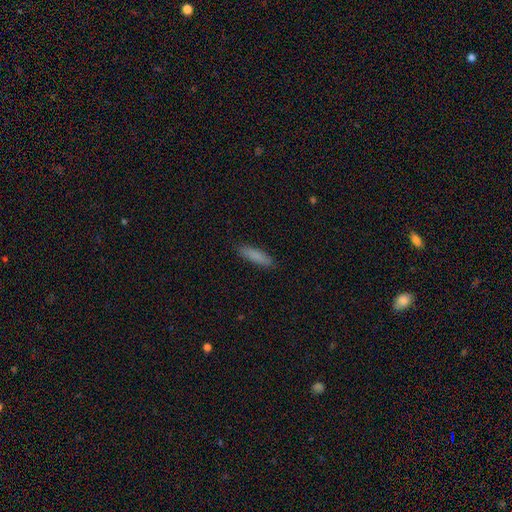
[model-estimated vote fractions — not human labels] Q: Smooth or featured?
A: smooth (84%); runner-up: featured or disk (9%)
Q: How rounded?
A: cigar-shaped (73%); runner-up: in between (26%)
Q: Merging?
A: none (88%); runner-up: minor disturbance (9%)